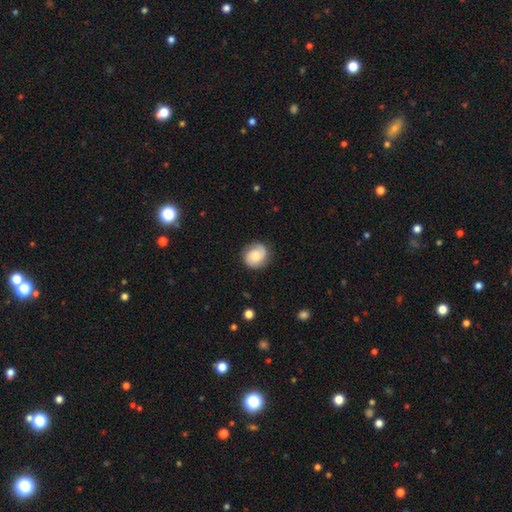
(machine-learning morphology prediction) Overall: smooth (53%; featured or disk 39%). How rounded: round (81%). Merging: none (82%).